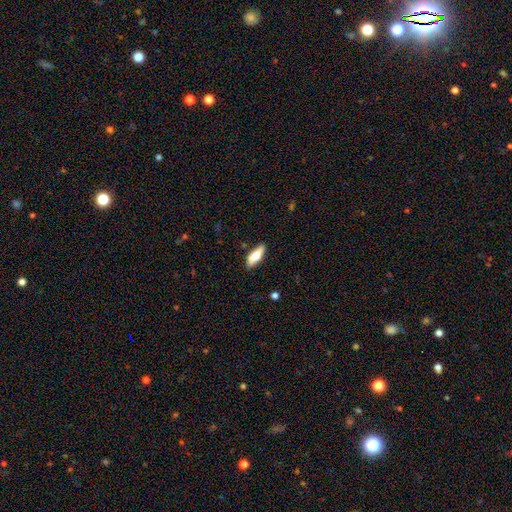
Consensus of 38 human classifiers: Q: Smooth or featured?
A: smooth (76%); runner-up: featured or disk (21%)
Q: How rounded?
A: in between (76%); runner-up: cigar-shaped (24%)
Q: Merging?
A: none (68%); runner-up: minor disturbance (24%)